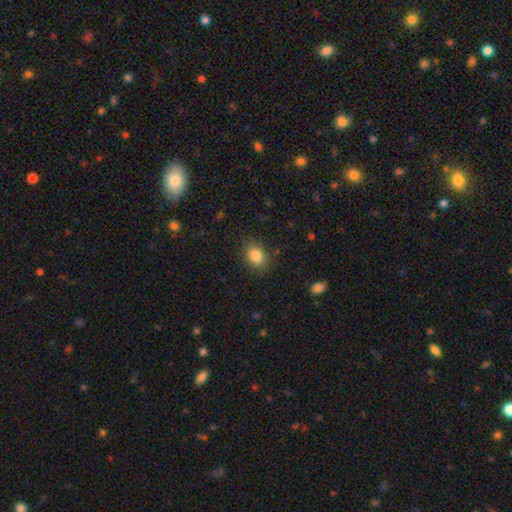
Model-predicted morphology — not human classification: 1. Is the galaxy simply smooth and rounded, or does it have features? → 85% smooth, 10% star or artifact, 5% featured or disk.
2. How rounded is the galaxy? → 61% in between, 38% round, 1% cigar-shaped.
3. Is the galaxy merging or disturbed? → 83% none, 12% minor disturbance, 4% major disturbance, 1% merger.